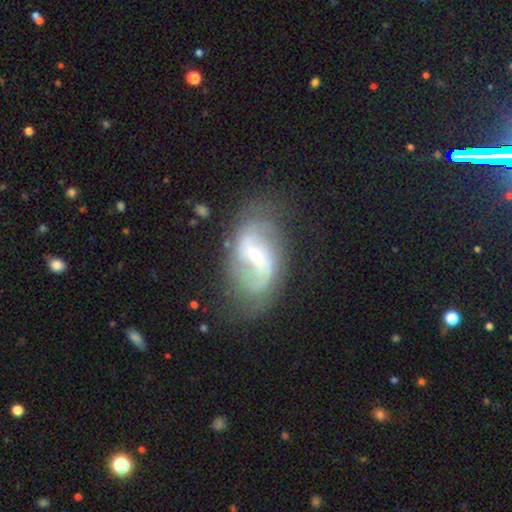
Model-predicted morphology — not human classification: The model was most divided on "bulge size": small: 48%, moderate: 47%, large: 3%, none: 1%, dominant: 1%. Remaining: edge-on disk — no (96%); spiral arms — yes (88%); smooth or featured — featured or disk (82%); spiral arm count — 2 (75%); merging — none (68%); bar — weak (47%); spiral winding — medium (41%).